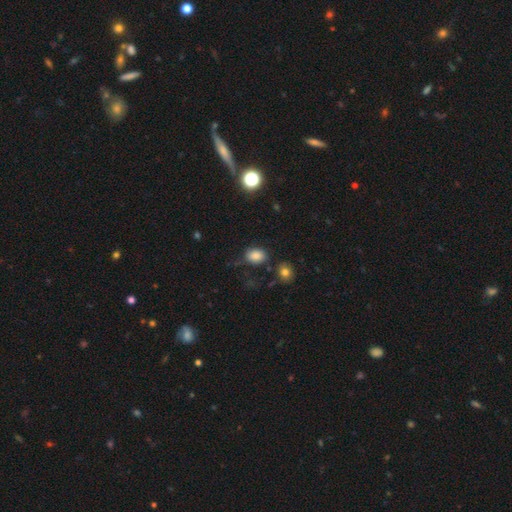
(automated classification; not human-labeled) smooth_or_featured: smooth (p=0.84) [alt: star or artifact p=0.11]
how_rounded: in between (p=0.69) [alt: round p=0.30]
merging: none (p=0.71) [alt: minor disturbance p=0.19]